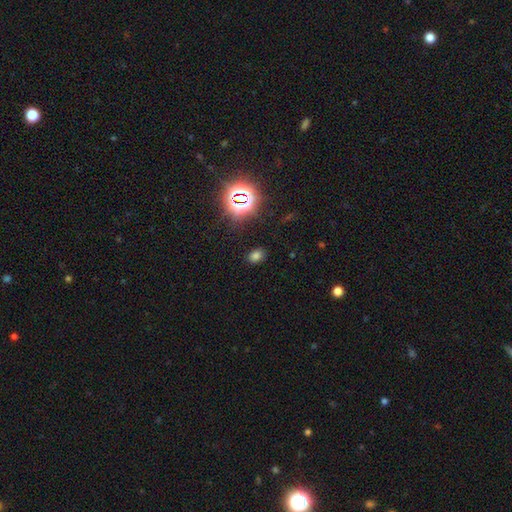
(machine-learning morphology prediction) Overall: smooth (67%; star or artifact 27%). How rounded: in between (75%). Merging: none (85%).